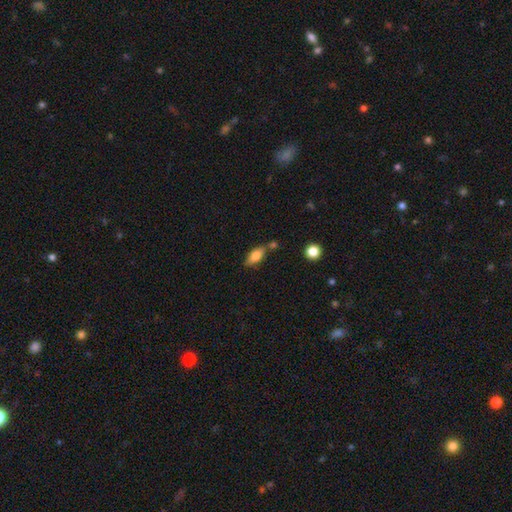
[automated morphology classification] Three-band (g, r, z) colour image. It shows a smooth galaxy with no disk features (73%) that is in between round and cigar-shaped (81%). Merging: none (63%).